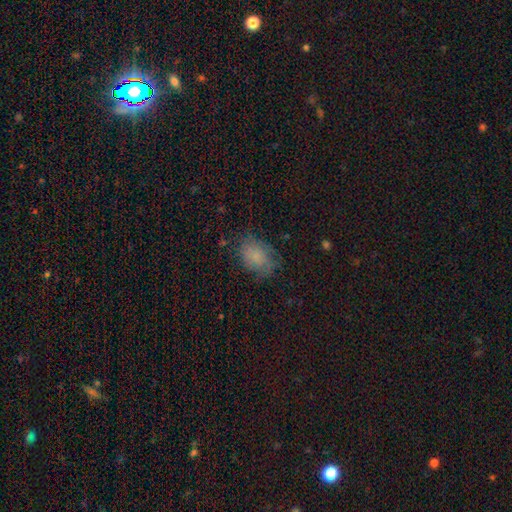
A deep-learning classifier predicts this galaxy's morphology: Smooth or featured? smooth (76%)
How rounded? in between (74%)
Merging? none (67%)